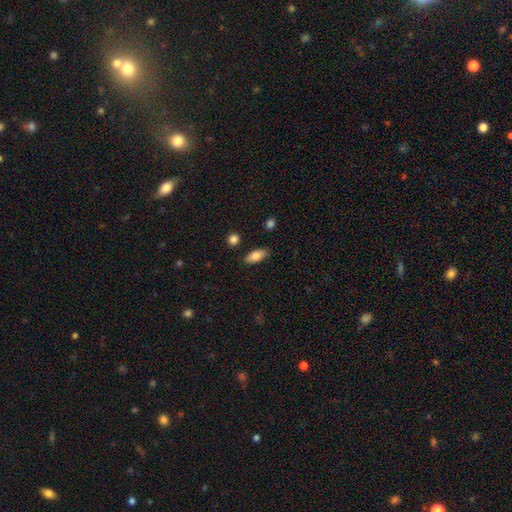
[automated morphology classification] smooth_or_featured: smooth (p=0.84) [alt: featured or disk p=0.09]
how_rounded: in between (p=0.85) [alt: cigar-shaped p=0.12]
merging: none (p=0.84) [alt: minor disturbance p=0.11]